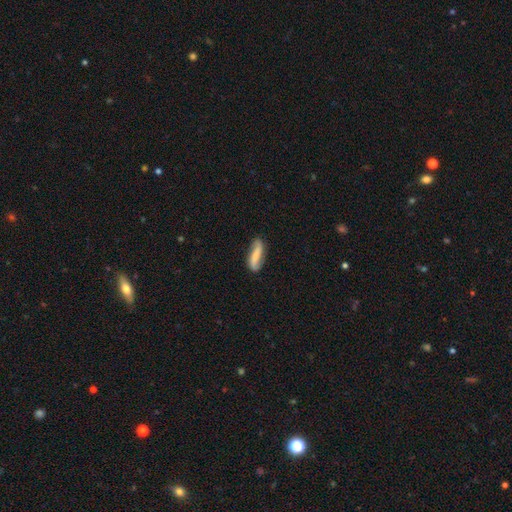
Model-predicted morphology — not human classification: This is possibly a smooth galaxy (51%). How rounded: possibly cigar-shaped (51%). Merging: likely none (74%).